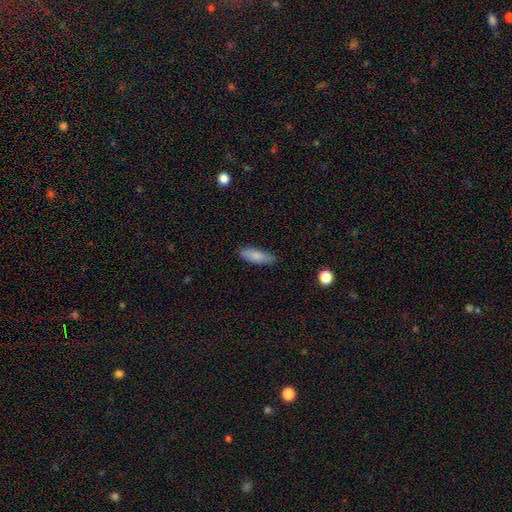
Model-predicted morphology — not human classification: This is clearly a smooth galaxy (81%). How rounded: possibly in between (49%, tied with cigar-shaped). Merging: clearly none (81%).